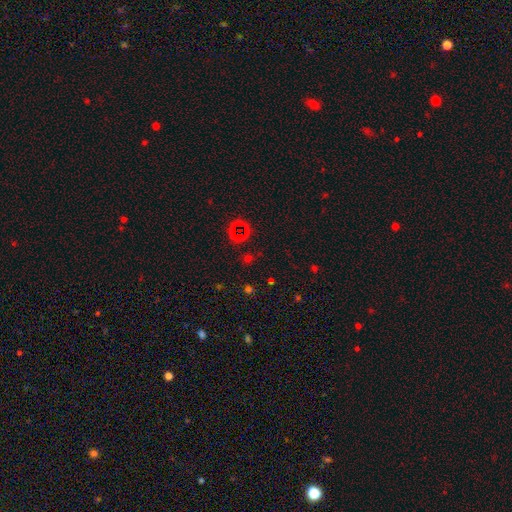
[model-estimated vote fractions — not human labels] Smooth or featured? Predicted: star or artifact (p=0.63).